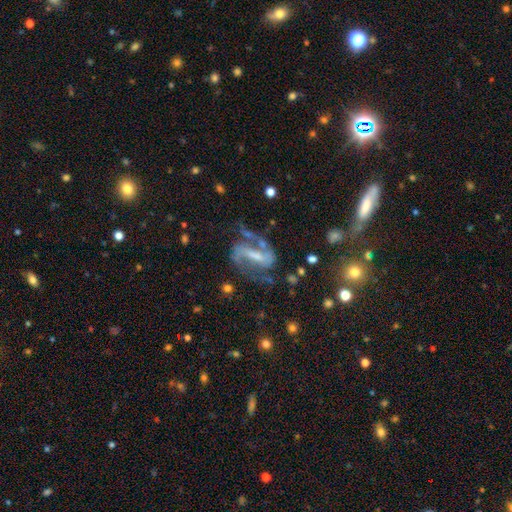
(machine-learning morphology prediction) A featured or disk galaxy (84%) with a strong bar (58%), 2 (89%) medium (53%) spiral arms (93%) and a small central bulge (51%). Merging: none (61%).